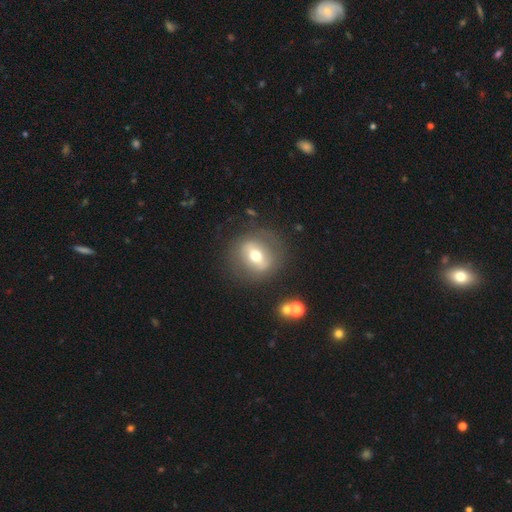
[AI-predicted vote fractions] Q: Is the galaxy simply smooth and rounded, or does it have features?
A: featured or disk — 49%.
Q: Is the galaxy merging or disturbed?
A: none — 79%.